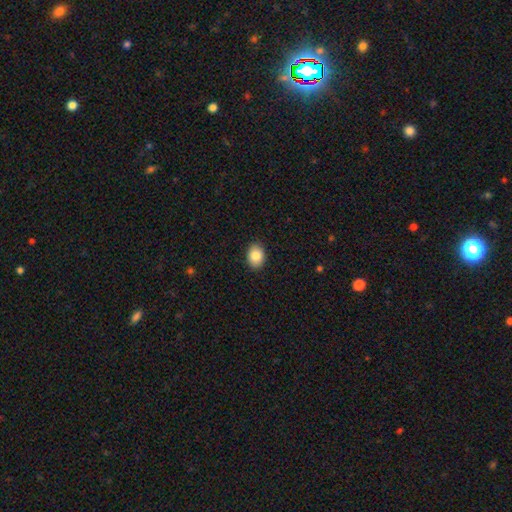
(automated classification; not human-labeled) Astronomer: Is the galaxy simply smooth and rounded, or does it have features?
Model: smooth — 86%.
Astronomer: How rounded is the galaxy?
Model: in between — 65%.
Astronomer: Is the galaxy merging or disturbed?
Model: none — 89%.